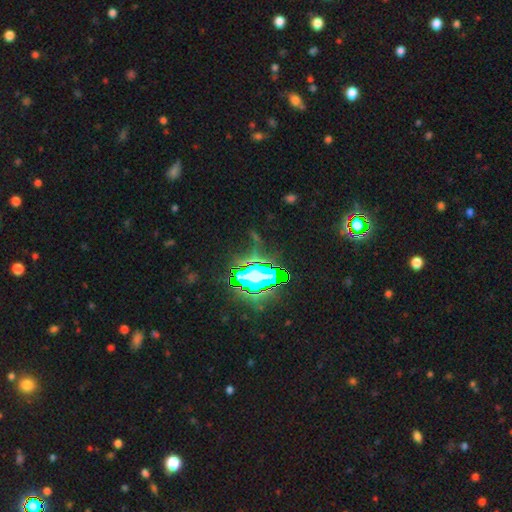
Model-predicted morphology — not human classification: smooth_or_featured: star or artifact (p=0.81) [alt: smooth p=0.11]